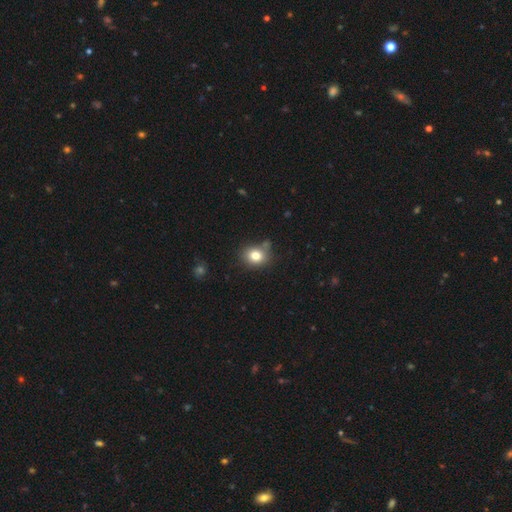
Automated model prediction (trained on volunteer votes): smooth 80%, star or artifact 12%, featured or disk 9%. Down the decision tree: how rounded — round (63%); merging — none (74%).